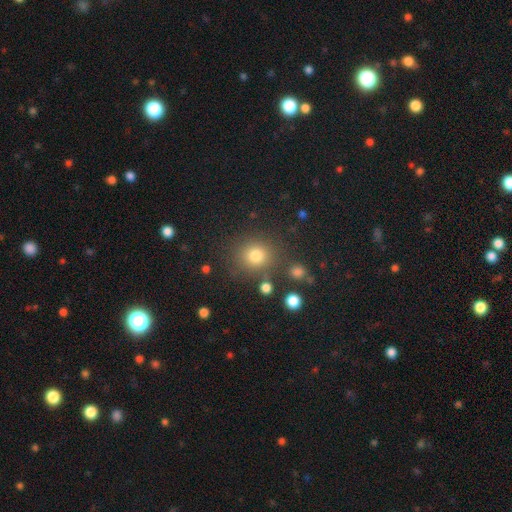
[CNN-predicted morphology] A smooth galaxy with no disk features (77%) that is round (86%).

Vote fractions:
- Smooth or featured? smooth: 77% / star or artifact: 16% / featured or disk: 7%
- How rounded? round: 86% / in between: 13% / cigar-shaped: 1%
- Merging? none: 81% / minor disturbance: 9% / merger: 5% / major disturbance: 4%